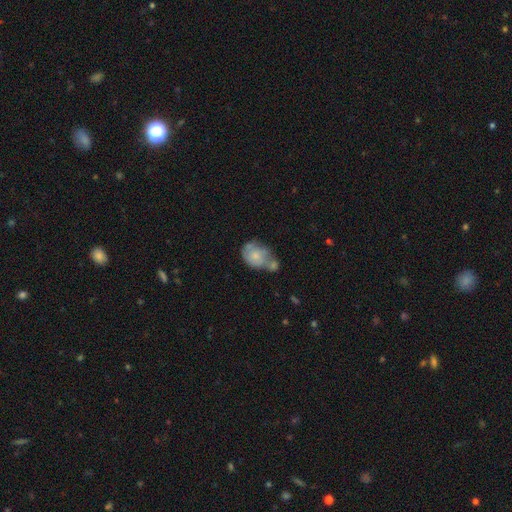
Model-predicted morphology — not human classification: Smooth or featured? Predicted: smooth (p=0.64). How rounded? Predicted: in between (p=0.64). Merging? Predicted: merger (p=0.46).